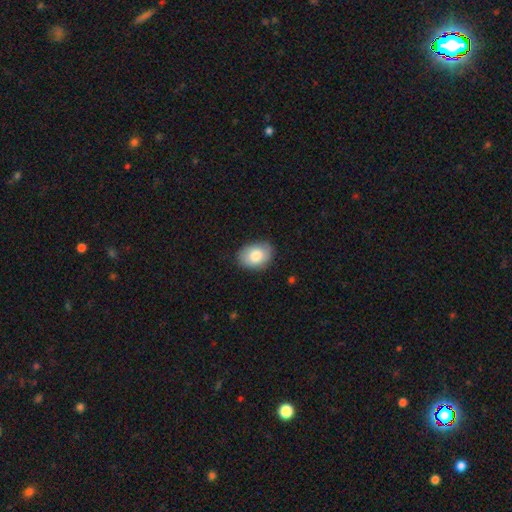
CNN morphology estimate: A smooth galaxy with no disk features (81%) that is in between round and cigar-shaped (76%). Merging: none (81%).